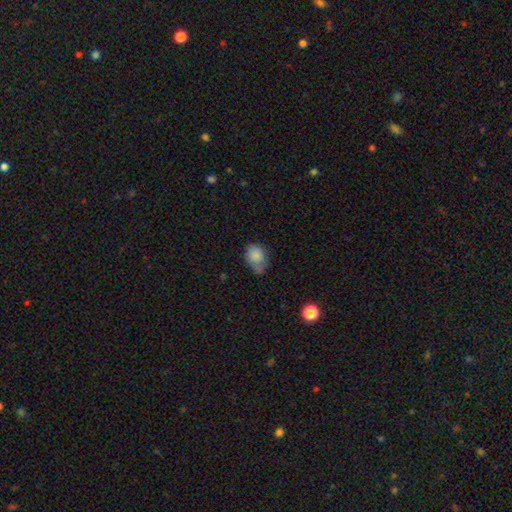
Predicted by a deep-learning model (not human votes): smooth-or-featured: smooth: 82% | featured or disk: 9% | star or artifact: 9%
  how-rounded: in between: 62% | round: 36% | cigar-shaped: 1%
  merging: none: 48% | minor disturbance: 34% | major disturbance: 10% | merger: 8%